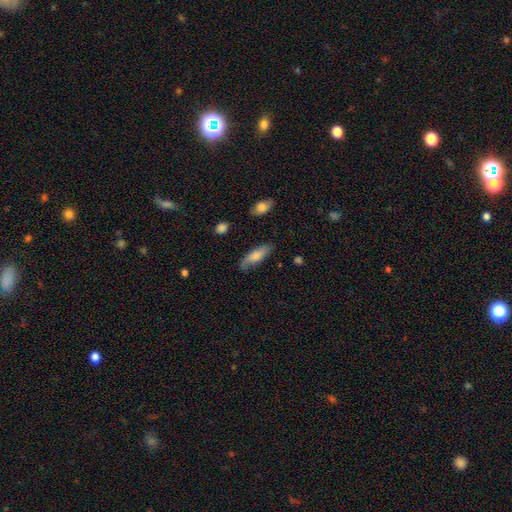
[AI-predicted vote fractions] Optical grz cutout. It shows a smooth galaxy with no disk features (72%) that is in between round and cigar-shaped (58%). Merging: none (72%).